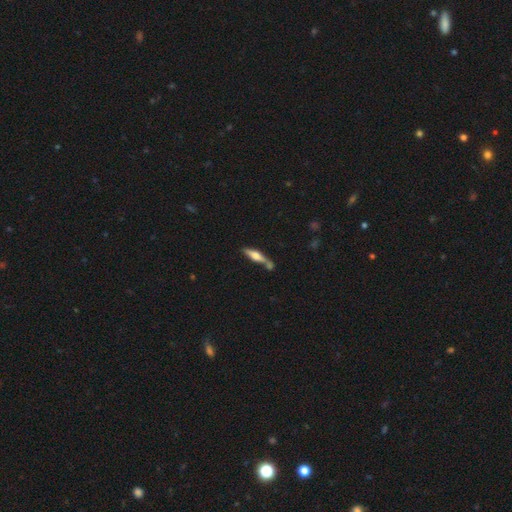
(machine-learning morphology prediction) Smooth or featured? Predicted: featured or disk (p=0.52). Edge-on disk? Predicted: yes (p=0.92). Merging? Predicted: none (p=0.58).